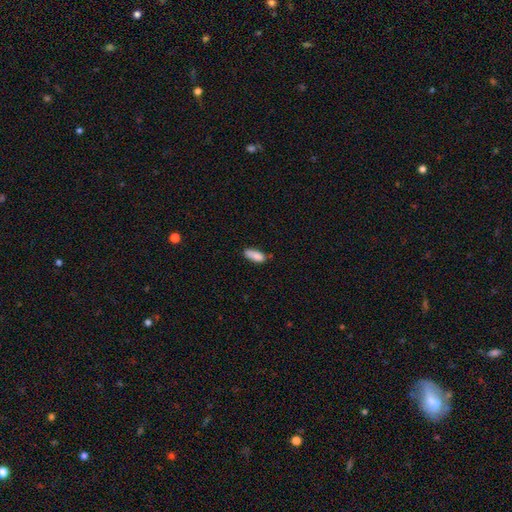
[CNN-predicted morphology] Overall: smooth (85%). How rounded: in between (74%). Merging: none (63%; minor disturbance 26%).